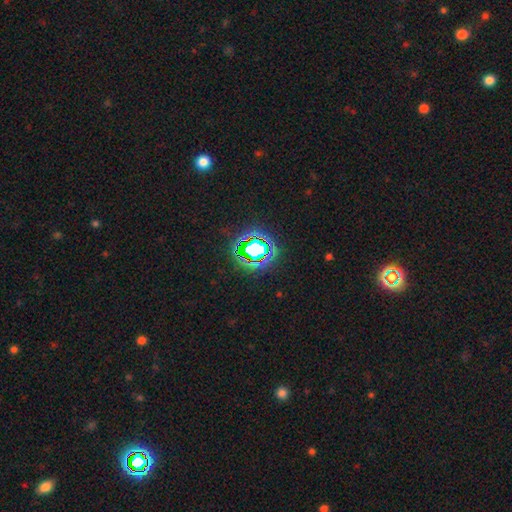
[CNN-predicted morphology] type=star or artifact (66%).